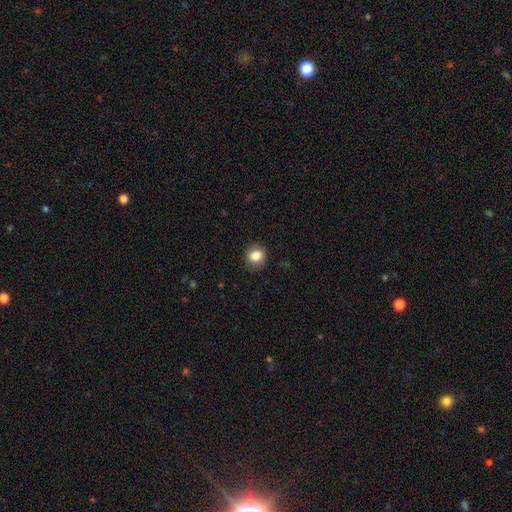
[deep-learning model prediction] Smooth or featured?
  - smooth: 85% *
  - star or artifact: 10%
  - featured or disk: 6%
How rounded?
  - round: 76% *
  - in between: 23%
  - cigar-shaped: 1%
Merging?
  - none: 86% *
  - minor disturbance: 10%
  - major disturbance: 3%
  - merger: 1%